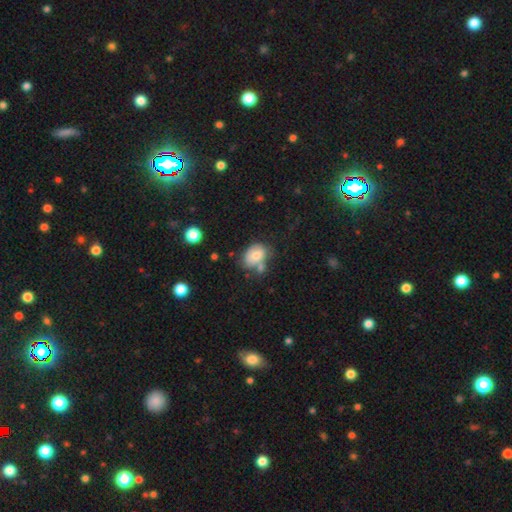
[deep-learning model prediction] Q: Smooth or featured?
A: smooth (66%); runner-up: featured or disk (25%)
Q: How rounded?
A: in between (69%); runner-up: round (30%)
Q: Merging?
A: none (41%); runner-up: merger (25%)